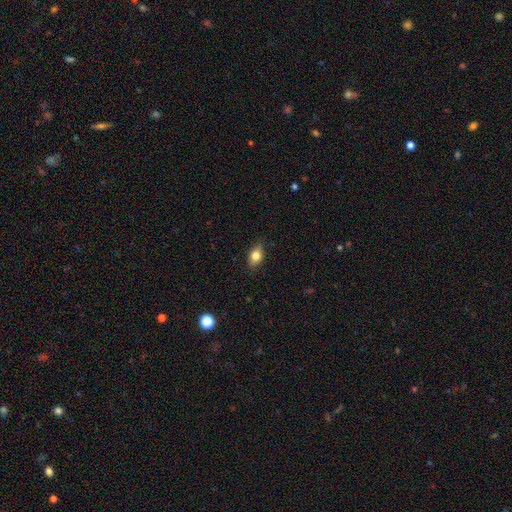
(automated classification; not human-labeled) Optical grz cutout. It shows a smooth galaxy with no disk features (77%) that is in between round and cigar-shaped (80%). Merging: none (83%).